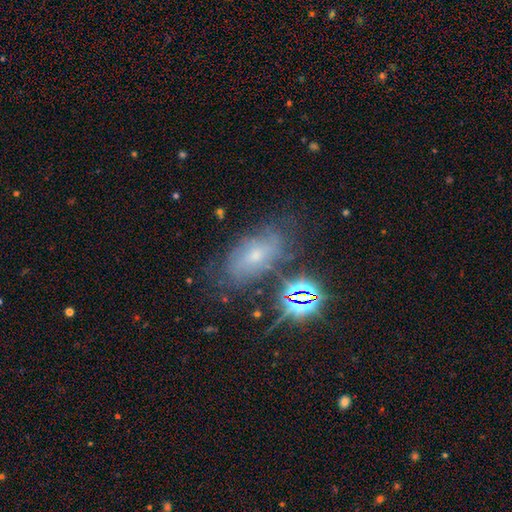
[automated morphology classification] This appears to be a featured or disk galaxy (45%). Merging: none (61%).